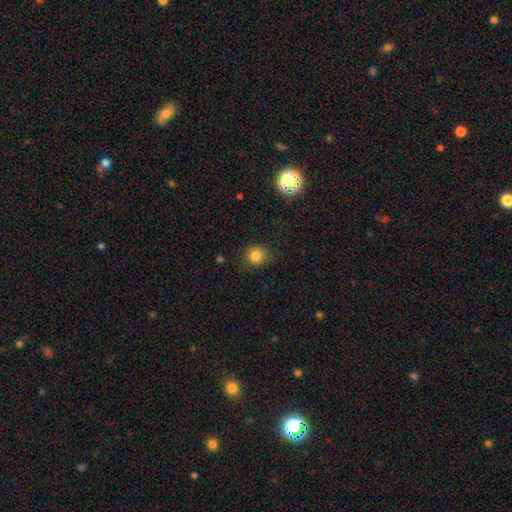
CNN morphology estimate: smooth 81%, star or artifact 13%, featured or disk 6%. Down the decision tree: how rounded — round (81%); merging — none (77%).